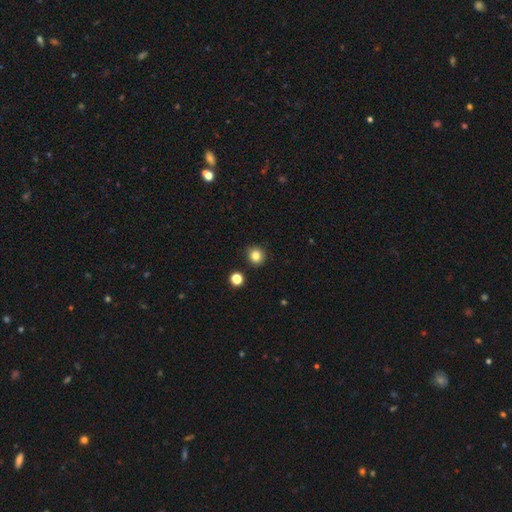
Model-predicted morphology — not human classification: smooth_or_featured: smooth (p=0.83) [alt: star or artifact p=0.12]
how_rounded: round (p=0.91) [alt: in between p=0.08]
merging: none (p=0.90) [alt: minor disturbance p=0.06]